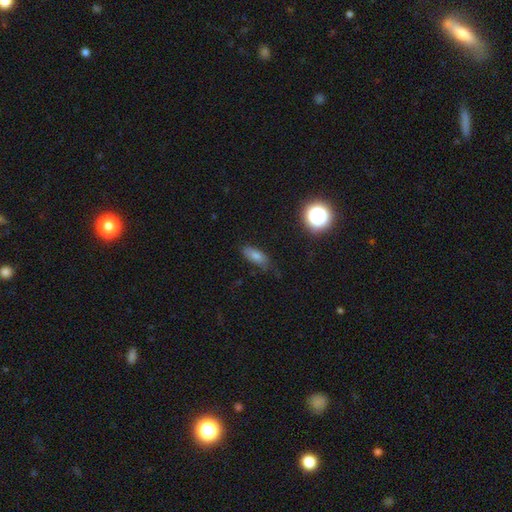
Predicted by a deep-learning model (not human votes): Smooth or featured? Predicted: smooth (p=0.70). How rounded? Predicted: in between (p=0.75). Merging? Predicted: none (p=0.69).